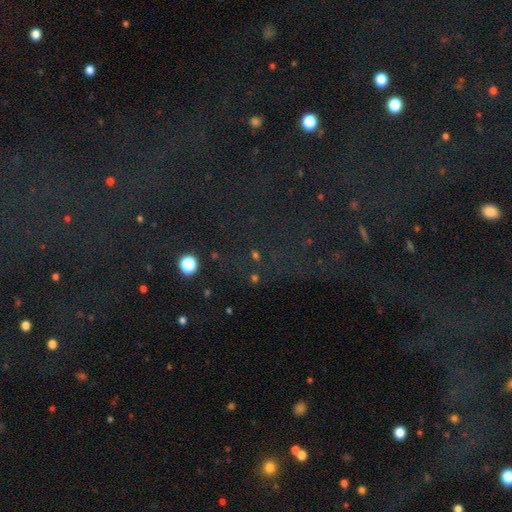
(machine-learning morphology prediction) This appears to be a star or artifact, not a galaxy (66%).